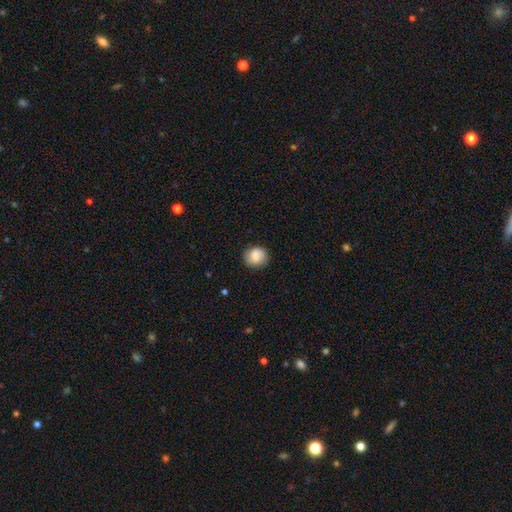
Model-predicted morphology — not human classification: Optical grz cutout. It shows a smooth galaxy with no disk features (83%) that is round (84%). Merging: none (83%).